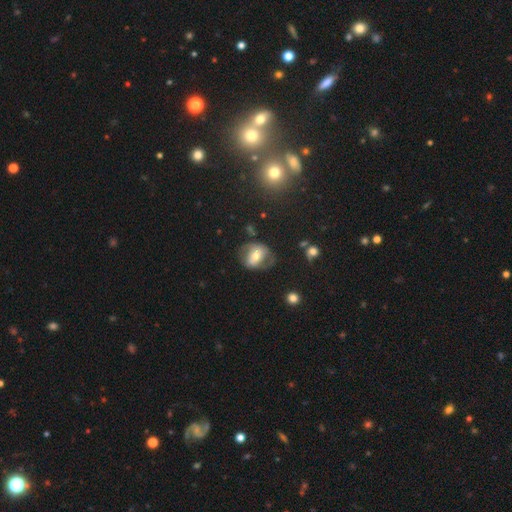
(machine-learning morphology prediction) This is possibly a featured or disk galaxy (49%). Merging: possibly none (58%).